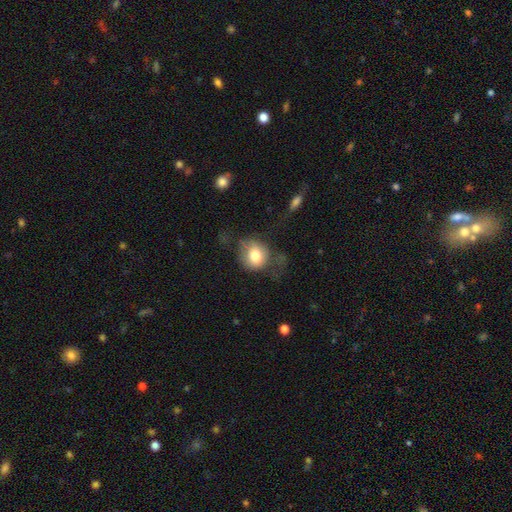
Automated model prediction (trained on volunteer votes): Morphology: type=smooth (75%); roundness=round (70%); merging=none (43%).